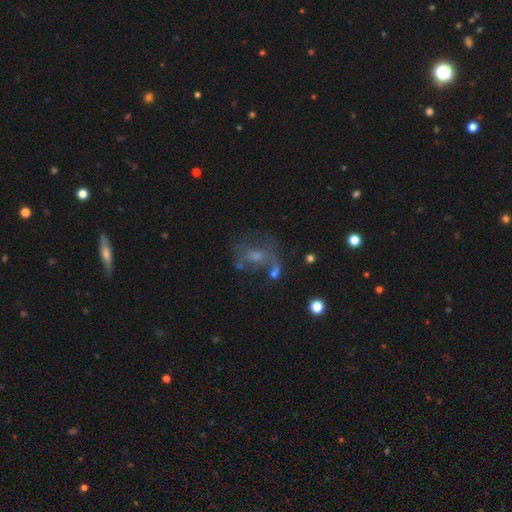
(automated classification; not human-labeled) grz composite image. It shows a featured or disk galaxy (60%) with no bar (56%), spiral arms (65%) and a moderate central bulge (36%). Merging: none (38%).